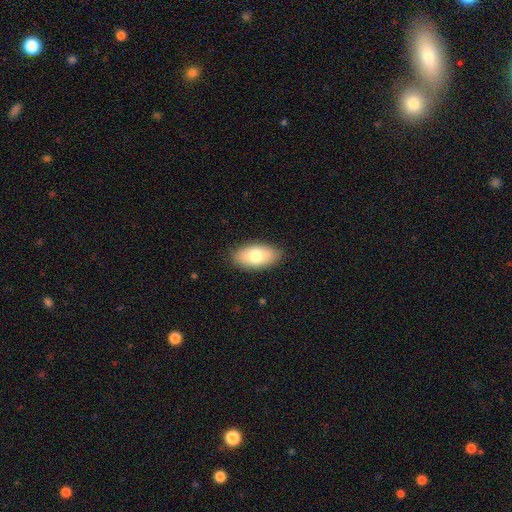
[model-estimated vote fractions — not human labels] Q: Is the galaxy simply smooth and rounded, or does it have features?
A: smooth — 77%.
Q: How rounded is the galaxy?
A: in between — 93%.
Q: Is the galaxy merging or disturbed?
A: none — 87%.